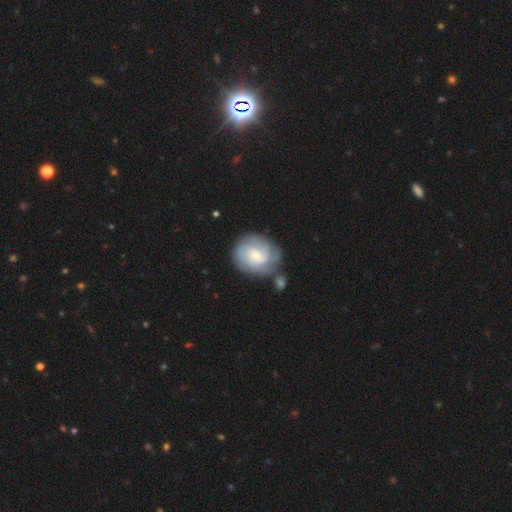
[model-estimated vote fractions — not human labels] A featured or disk galaxy (69%) with no bar (71%), tight (64%) spiral arms (91%) and a small central bulge (63%).

Vote fractions:
- Smooth or featured? featured or disk: 69% / smooth: 25% / star or artifact: 6%
- Edge-on disk? no: 98% / yes: 2%
- Bar? no: 71% / weak: 25% / strong: 3%
- Spiral arms? yes: 91% / no: 9%
- Spiral winding? tight: 64% / medium: 28% / loose: 8%
- Spiral arm count? can't tell: 37% / 2: 23% / 3: 21% / 4: 9% / 1: 5% / more than 4: 5%
- Bulge size? small: 63% / moderate: 29% / large: 4% / none: 3% / dominant: 1%
- Merging? none: 67% / minor disturbance: 17% / merger: 9% / major disturbance: 7%